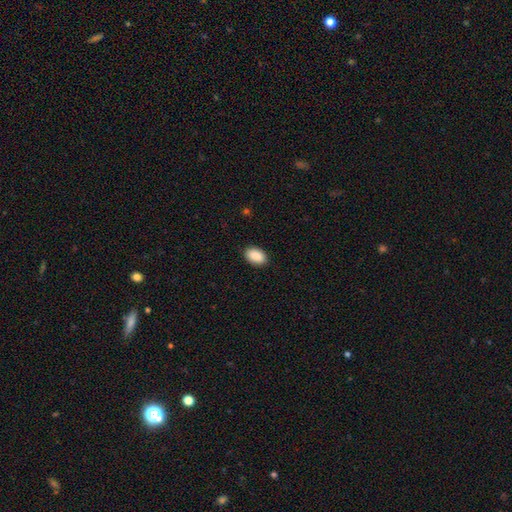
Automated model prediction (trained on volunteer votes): Smooth or featured? Predicted: smooth (p=0.91). How rounded? Predicted: in between (p=0.92). Merging? Predicted: none (p=0.89).